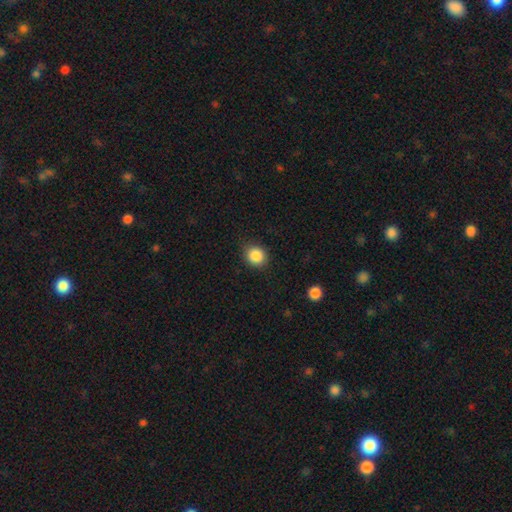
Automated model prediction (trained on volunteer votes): This appears to be a smooth galaxy with no disk features (87%) that is round (82%). Merging: none (87%).